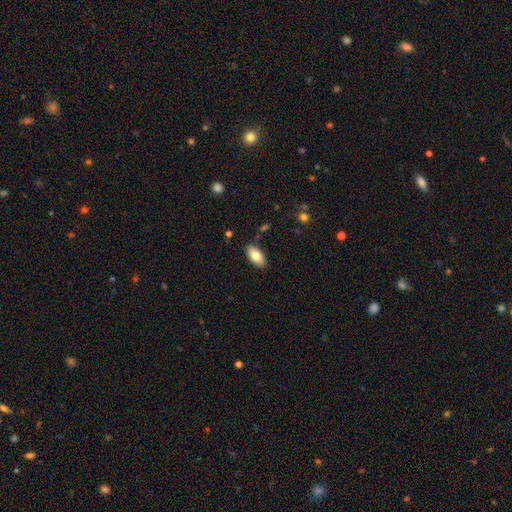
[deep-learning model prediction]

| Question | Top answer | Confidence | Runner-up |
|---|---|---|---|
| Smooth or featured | smooth | 78% | featured or disk (15%) |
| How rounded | in between | 92% | cigar-shaped (5%) |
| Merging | none | 85% | minor disturbance (11%) |